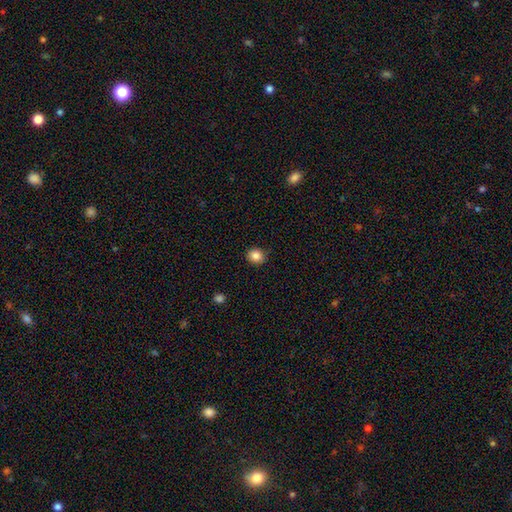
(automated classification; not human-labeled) Q: Smooth or featured?
A: smooth (85%); runner-up: star or artifact (10%)
Q: How rounded?
A: round (80%); runner-up: in between (19%)
Q: Merging?
A: none (88%); runner-up: minor disturbance (9%)